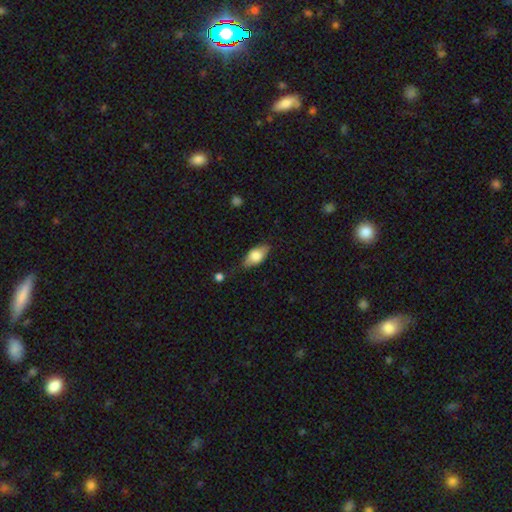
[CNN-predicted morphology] Smooth or featured?
  - smooth: 66% *
  - featured or disk: 27%
  - star or artifact: 7%
How rounded?
  - in between: 85% *
  - cigar-shaped: 8%
  - round: 6%
Merging?
  - none: 66% *
  - minor disturbance: 24%
  - major disturbance: 6%
  - merger: 3%